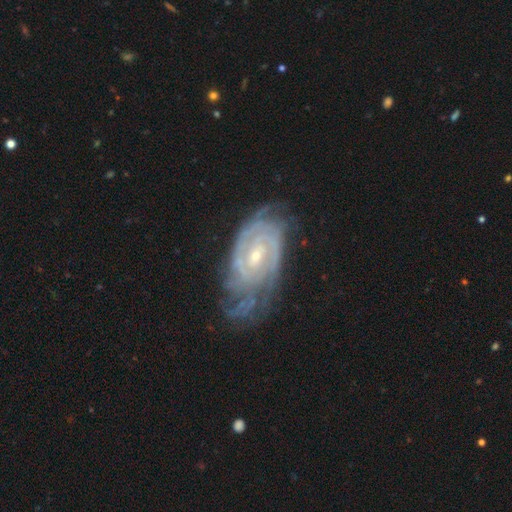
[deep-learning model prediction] featured or disk 89%, smooth 6%, star or artifact 6%. Down the decision tree: edge-on disk — no (96%); bar — weak (48%); spiral arms — yes (97%); spiral arm count — can't tell (29%); spiral winding — tight (75%); bulge size — small (65%); merging — none (63%).